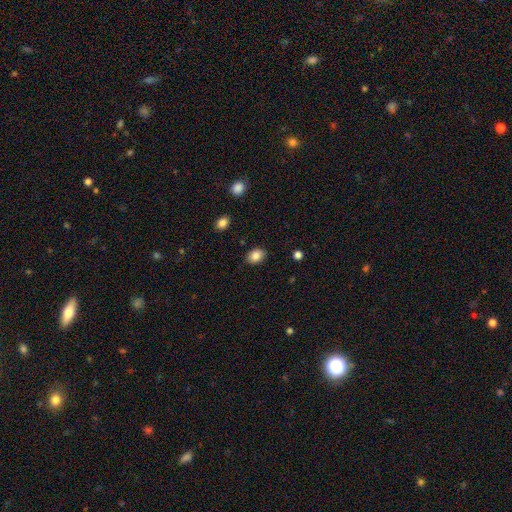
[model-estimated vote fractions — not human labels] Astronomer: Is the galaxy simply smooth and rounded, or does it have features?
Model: smooth — 86%.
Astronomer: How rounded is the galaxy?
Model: in between — 67%.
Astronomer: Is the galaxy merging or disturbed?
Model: none — 87%.